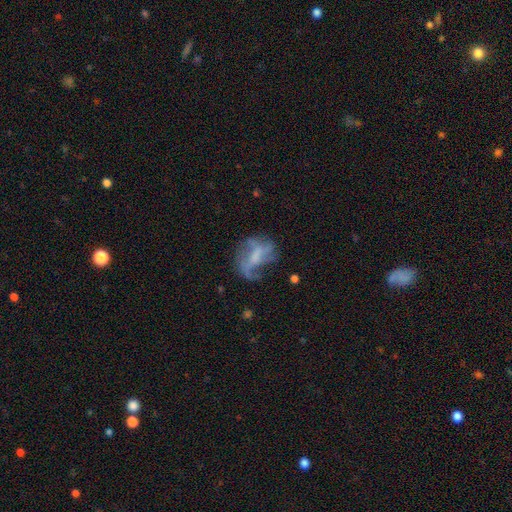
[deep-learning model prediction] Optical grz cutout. It shows a featured or disk galaxy (60%) with no bar (41%), spiral arms (59%) and no central bulge (45%). Merging: none (40%).